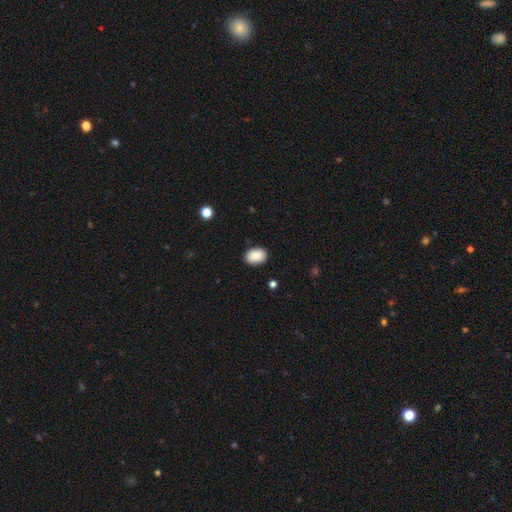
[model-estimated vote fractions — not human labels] The model was most divided on "how rounded": in between: 80%, round: 19%, cigar-shaped: 1%. More confident: smooth or featured — smooth (89%); merging — none (87%).